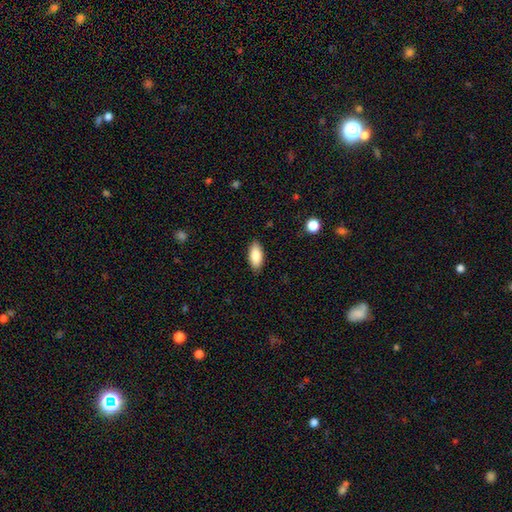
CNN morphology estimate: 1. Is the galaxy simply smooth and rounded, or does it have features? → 87% smooth, 6% featured or disk, 6% star or artifact.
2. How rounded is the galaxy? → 89% in between, 9% cigar-shaped, 2% round.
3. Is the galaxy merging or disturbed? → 87% none, 10% minor disturbance, 2% major disturbance, 1% merger.